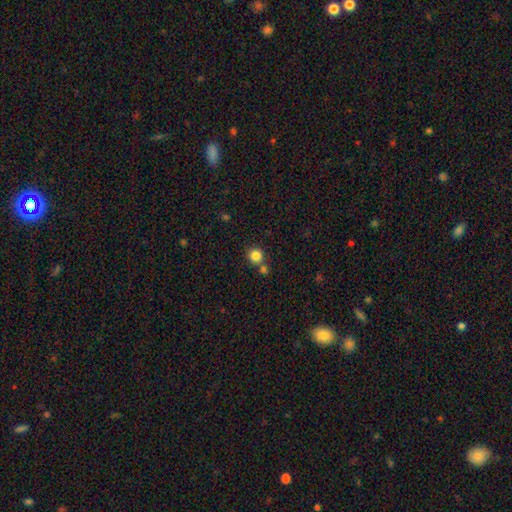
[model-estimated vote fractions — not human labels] A smooth galaxy with no disk features (84%) that is round (92%). Merging: none (70%).